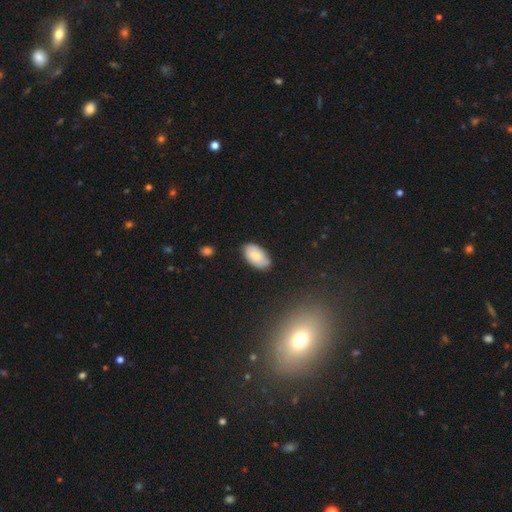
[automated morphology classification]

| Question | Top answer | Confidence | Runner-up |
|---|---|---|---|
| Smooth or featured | smooth | 79% | featured or disk (14%) |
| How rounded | in between | 95% | round (3%) |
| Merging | none | 77% | minor disturbance (18%) |